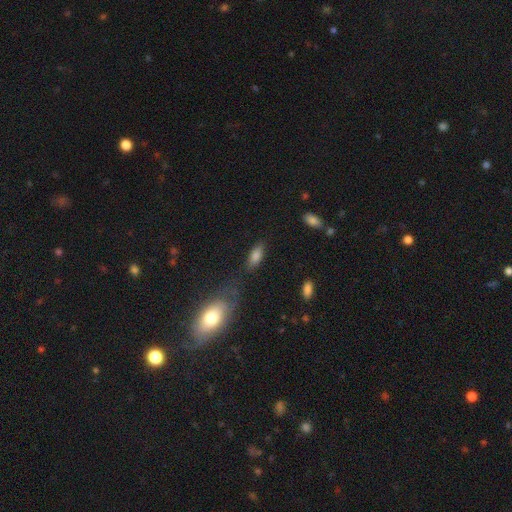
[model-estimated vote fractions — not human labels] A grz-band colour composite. It shows a smooth galaxy with no disk features (81%) that is in between round and cigar-shaped (78%). Merging: none (72%).